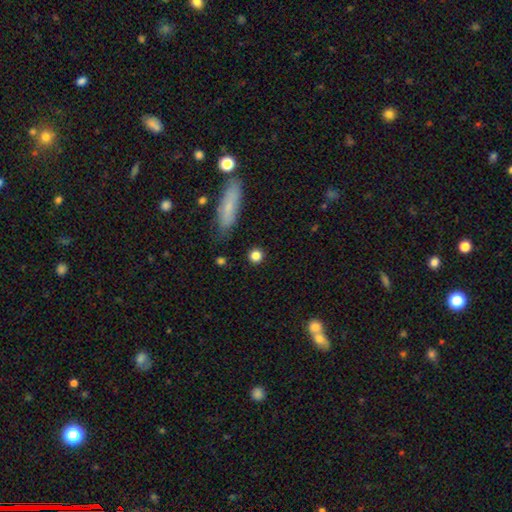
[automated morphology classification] Smooth or featured: smooth — 84% (star or artifact — 10%)
How rounded: round — 89% (in between — 8%)
Merging: none — 88% (minor disturbance — 7%)